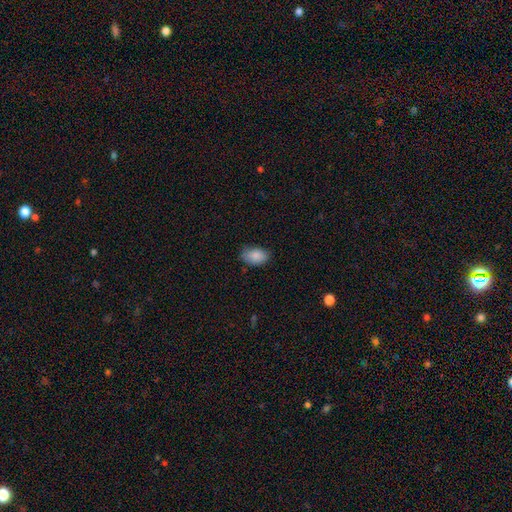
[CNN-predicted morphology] Smooth or featured? smooth (87%)
How rounded? in between (91%)
Merging? none (75%)